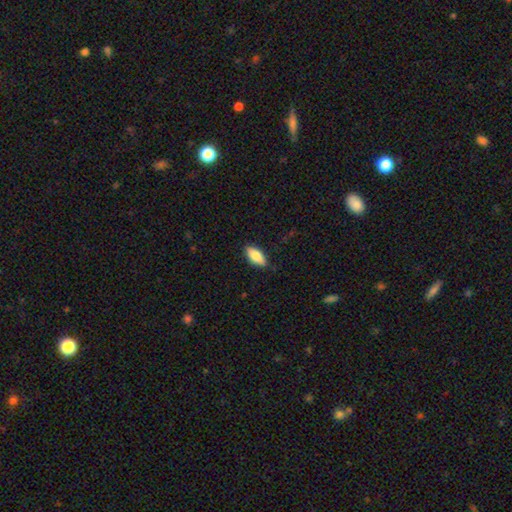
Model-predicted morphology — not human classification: This is clearly a smooth galaxy (81%). How rounded: clearly in between (83%). Merging: clearly none (85%).